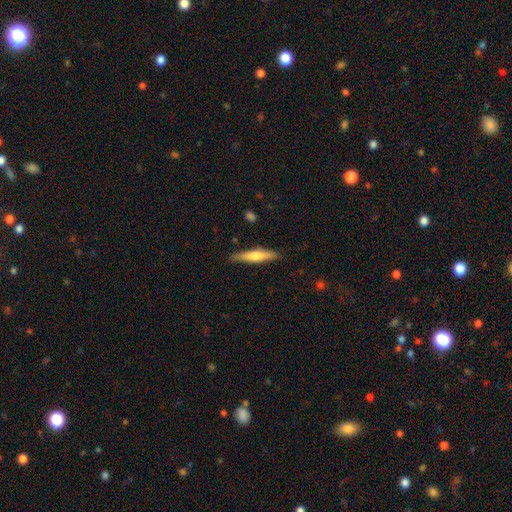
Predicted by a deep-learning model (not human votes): Morphology: type=smooth (60%); roundness=cigar-shaped (88%); merging=none (87%).